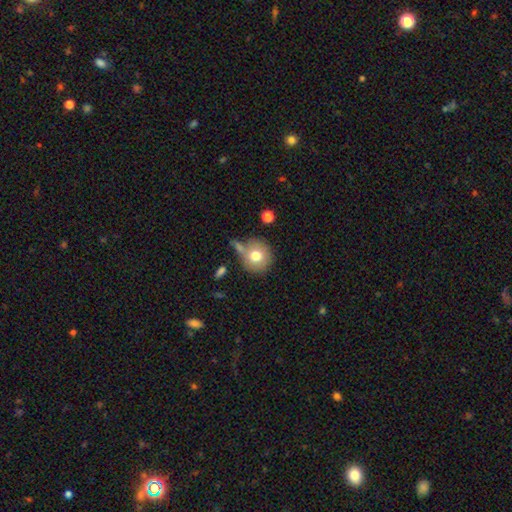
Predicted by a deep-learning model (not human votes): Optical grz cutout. It shows a smooth galaxy with no disk features (74%) that is round (90%). Merging: none (62%).